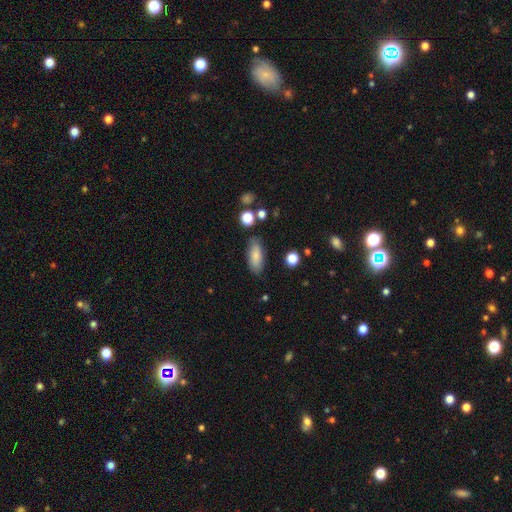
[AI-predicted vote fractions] Morphology: type=smooth (83%); roundness=in between (77%); merging=none (80%).